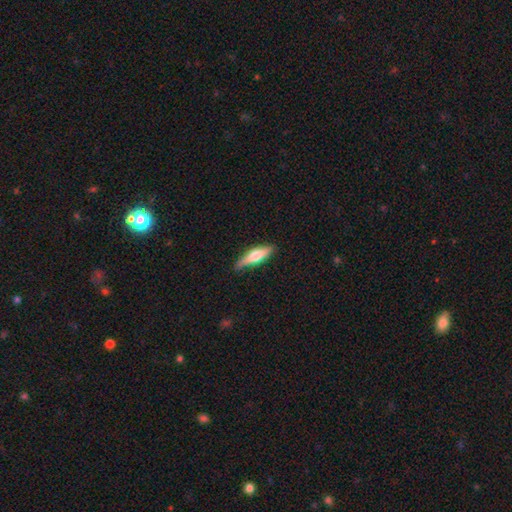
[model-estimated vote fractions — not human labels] A smooth galaxy with no disk features (51%) that is cigar-shaped (67%). Merging: none (80%).